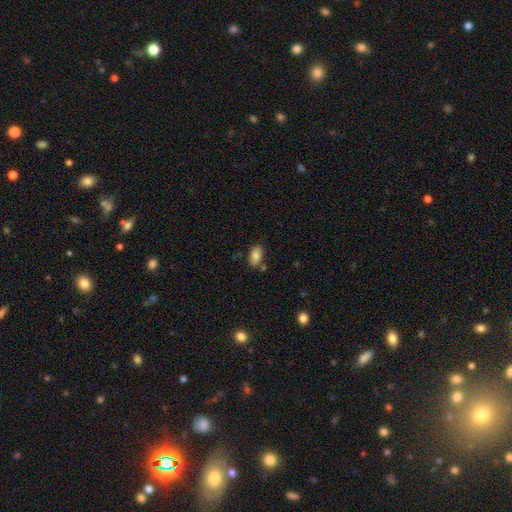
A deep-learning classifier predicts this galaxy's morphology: type=smooth (81%); roundness=in between (92%); merging=none (74%).